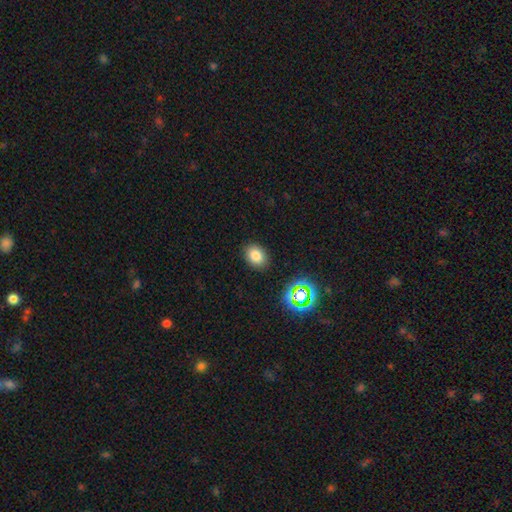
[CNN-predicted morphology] Smooth or featured? Predicted: smooth (p=0.79). How rounded? Predicted: in between (p=0.63). Merging? Predicted: none (p=0.88).